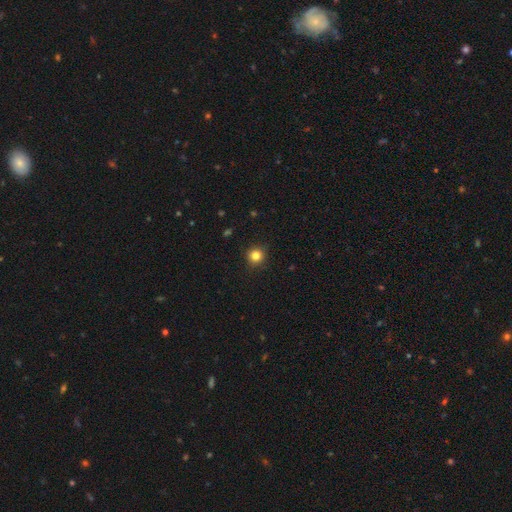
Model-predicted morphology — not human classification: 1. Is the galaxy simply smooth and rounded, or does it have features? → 83% smooth, 13% star or artifact, 5% featured or disk.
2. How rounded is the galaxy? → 94% round, 5% in between, 1% cigar-shaped.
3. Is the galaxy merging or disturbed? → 91% none, 7% minor disturbance, 2% major disturbance, 1% merger.